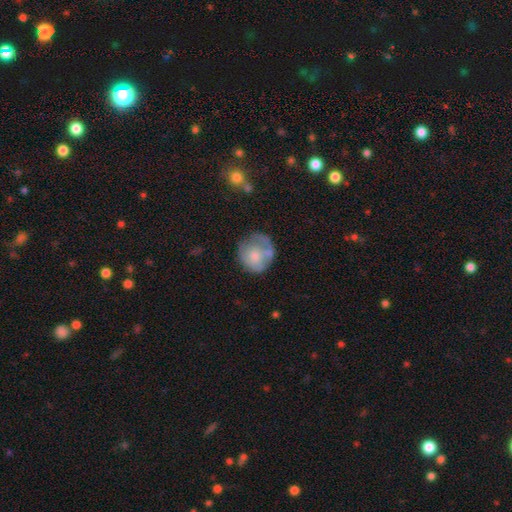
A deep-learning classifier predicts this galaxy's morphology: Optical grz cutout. It shows a smooth galaxy with no disk features (57%) that is round (82%). Merging: none (50%).